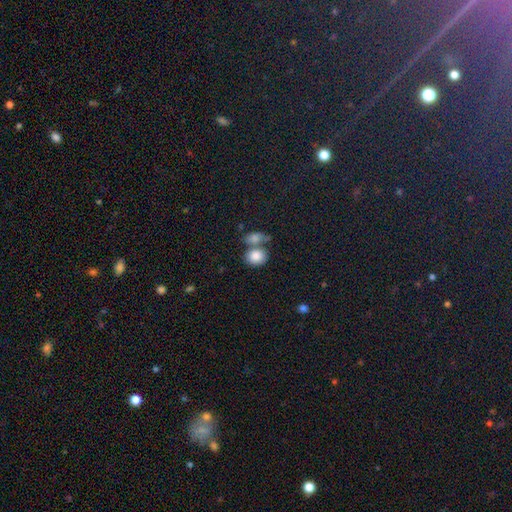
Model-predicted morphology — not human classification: Smooth or featured? Predicted: smooth (p=0.84). How rounded? Predicted: round (p=0.55). Merging? Predicted: merger (p=0.45).